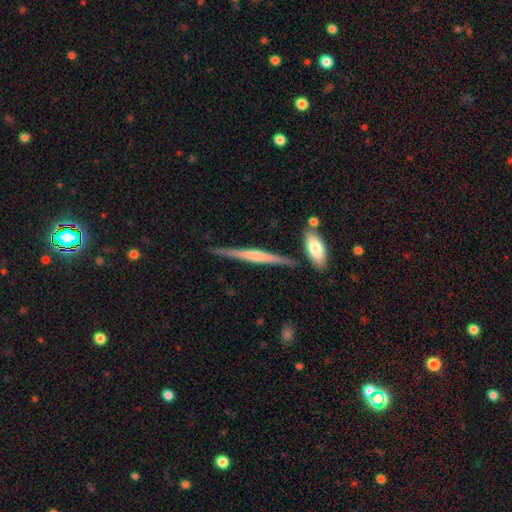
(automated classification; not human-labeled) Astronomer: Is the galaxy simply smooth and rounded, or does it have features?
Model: featured or disk — 73%.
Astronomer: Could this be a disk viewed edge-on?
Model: yes — 97%.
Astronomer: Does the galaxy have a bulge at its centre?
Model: rounded — 65%.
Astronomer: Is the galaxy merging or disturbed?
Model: none — 84%.